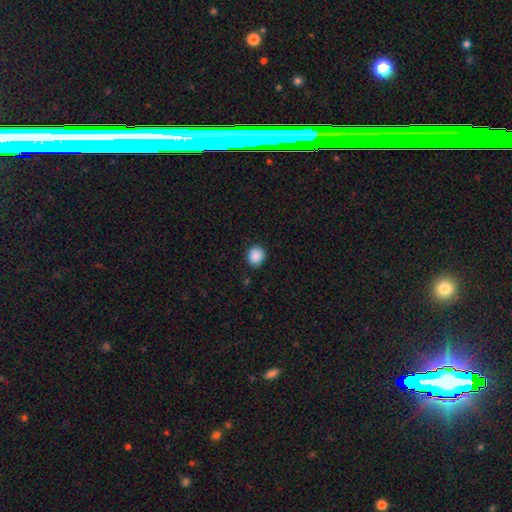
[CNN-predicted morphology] smooth_or_featured: smooth (p=0.89) [alt: star or artifact p=0.09]
how_rounded: round (p=0.82) [alt: in between p=0.17]
merging: none (p=0.87) [alt: minor disturbance p=0.09]